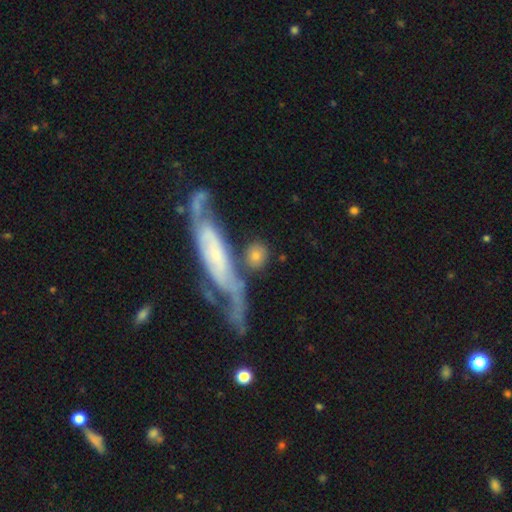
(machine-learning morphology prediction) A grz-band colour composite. It shows a smooth galaxy with no disk features (75%) that is round (69%). Merging: none (69%).